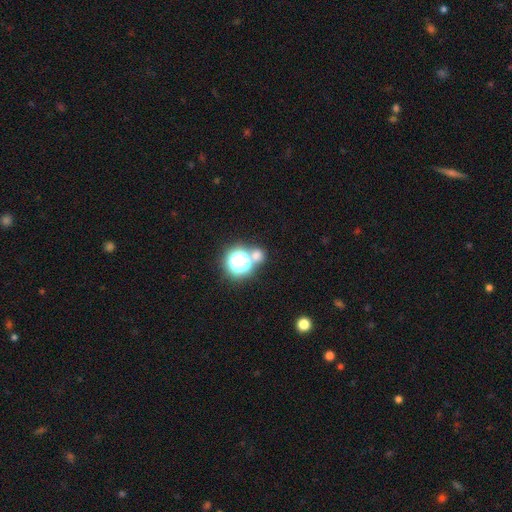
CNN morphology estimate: A smooth galaxy with no disk features (57%) that is round (83%).

Vote fractions:
- Smooth or featured? smooth: 57% / star or artifact: 35% / featured or disk: 9%
- How rounded? round: 83% / in between: 15% / cigar-shaped: 1%
- Merging? none: 61% / merger: 26% / minor disturbance: 8% / major disturbance: 4%